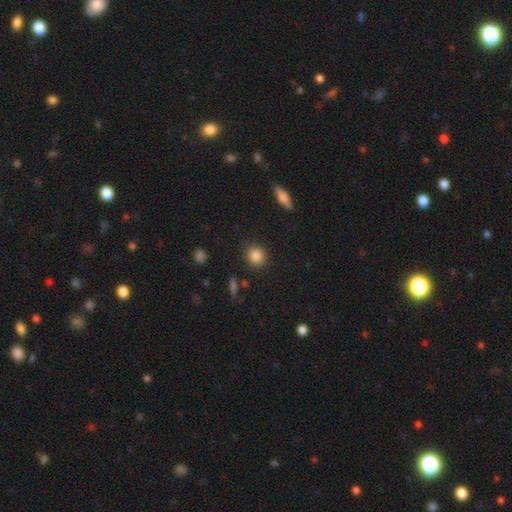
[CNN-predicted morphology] The model was most divided on "how rounded": round: 85%, in between: 14%, cigar-shaped: 1%. More confident: merging — none (89%); smooth or featured — smooth (87%).